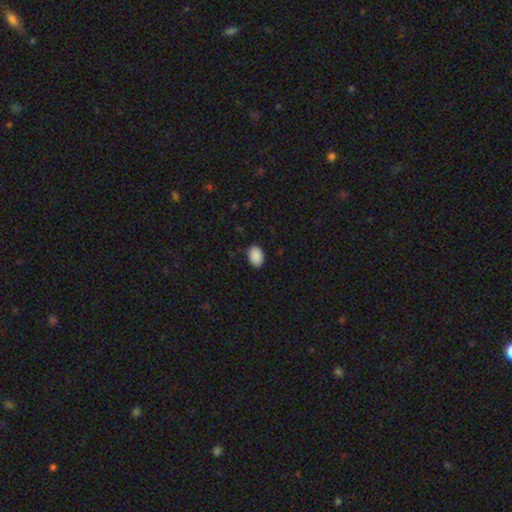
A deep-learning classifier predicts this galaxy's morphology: This appears to be a smooth galaxy with no disk features (90%) that is in between round and cigar-shaped (84%). Merging: none (89%).